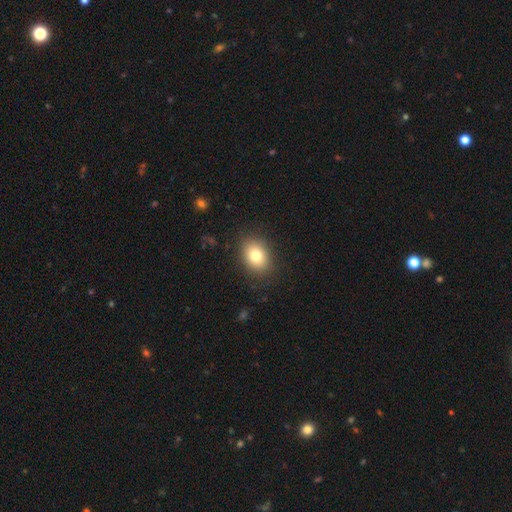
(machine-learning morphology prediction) Smooth or featured?
  - smooth: 79% *
  - featured or disk: 11%
  - star or artifact: 10%
How rounded?
  - in between: 67% *
  - round: 32%
  - cigar-shaped: 1%
Merging?
  - none: 86% *
  - minor disturbance: 10%
  - major disturbance: 3%
  - merger: 1%